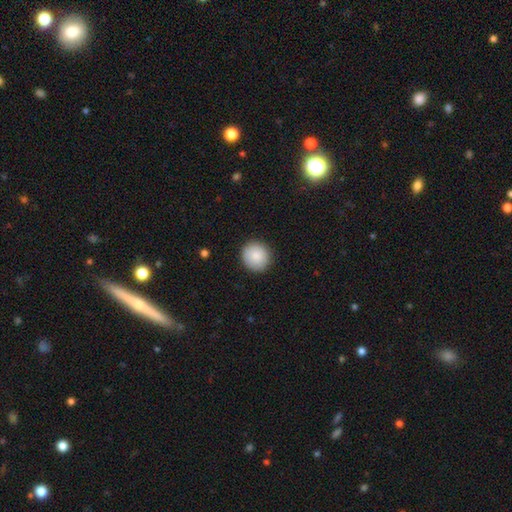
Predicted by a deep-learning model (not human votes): Smooth or featured: smooth — 87% (star or artifact — 7%)
How rounded: round — 91% (in between — 8%)
Merging: none — 90% (minor disturbance — 7%)